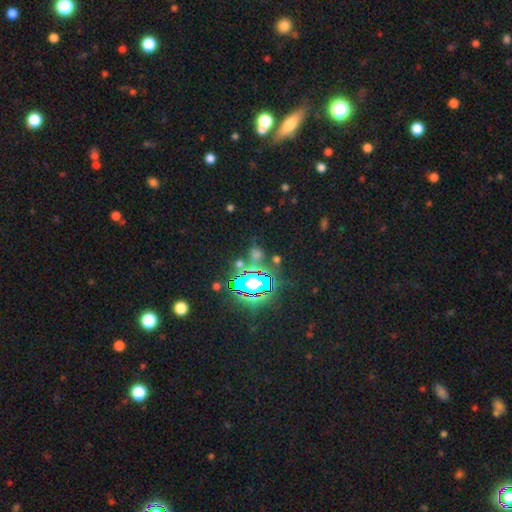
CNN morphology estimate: smooth_or_featured: star or artifact (p=0.62) [alt: smooth p=0.28]